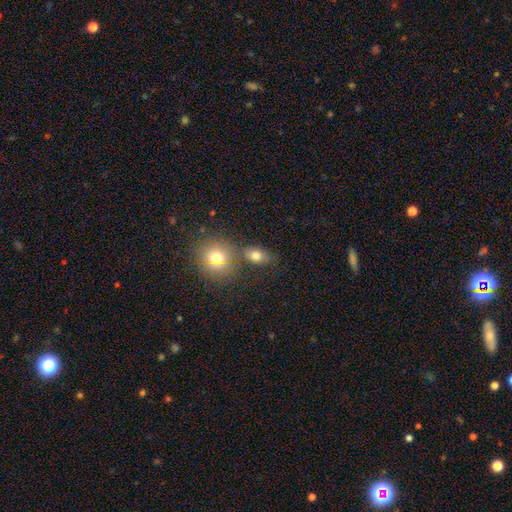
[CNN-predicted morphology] smooth 76%, star or artifact 14%, featured or disk 10%. Down the decision tree: how rounded — in between (71%); merging — none (65%).